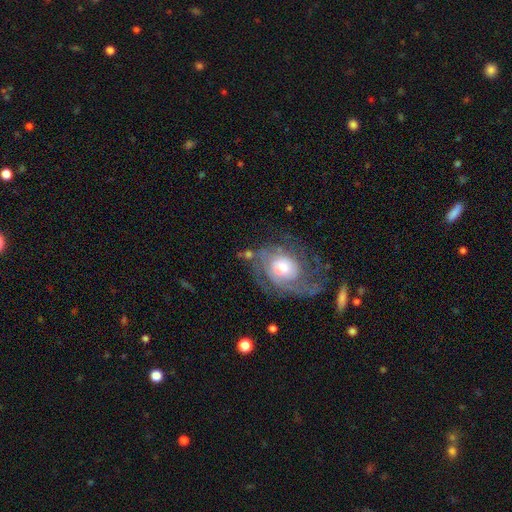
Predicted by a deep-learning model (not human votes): Smooth or featured? Predicted: featured or disk (p=0.82). Edge-on disk? Predicted: no (p=0.97). Bar? Predicted: no (p=0.75). Spiral arms? Predicted: yes (p=0.92). Spiral winding? Predicted: tight (p=0.51). Spiral arm count? Predicted: 2 (p=0.37). Bulge size? Predicted: moderate (p=0.58). Merging? Predicted: none (p=0.59).